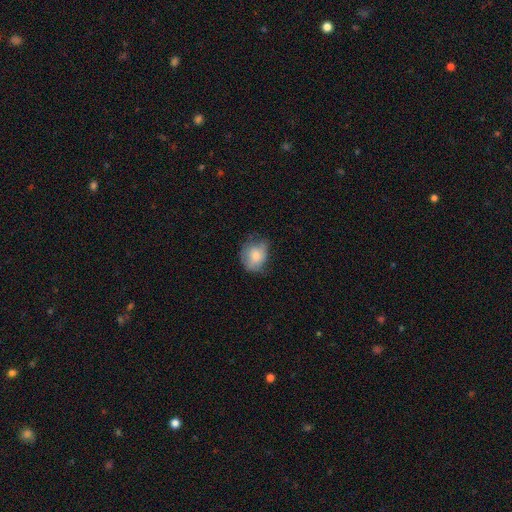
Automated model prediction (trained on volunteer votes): smooth 74%, featured or disk 18%, star or artifact 8%. Down the decision tree: how rounded — round (52%); merging — none (52%).